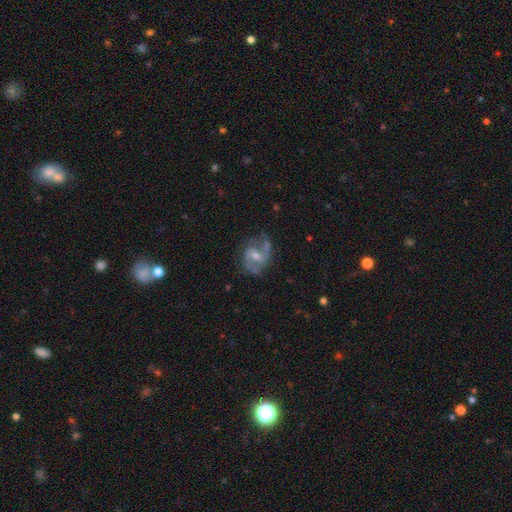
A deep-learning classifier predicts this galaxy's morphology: Q: Smooth or featured?
A: featured or disk (85%); runner-up: smooth (8%)
Q: Edge-on disk?
A: no (97%); runner-up: yes (3%)
Q: Bar?
A: weak (51%); runner-up: no (30%)
Q: Spiral arms?
A: yes (95%); runner-up: no (5%)
Q: Spiral winding?
A: medium (54%); runner-up: loose (28%)
Q: Spiral arm count?
A: 2 (82%); runner-up: 1 (6%)
Q: Bulge size?
A: moderate (48%); runner-up: small (46%)
Q: Merging?
A: none (68%); runner-up: minor disturbance (19%)